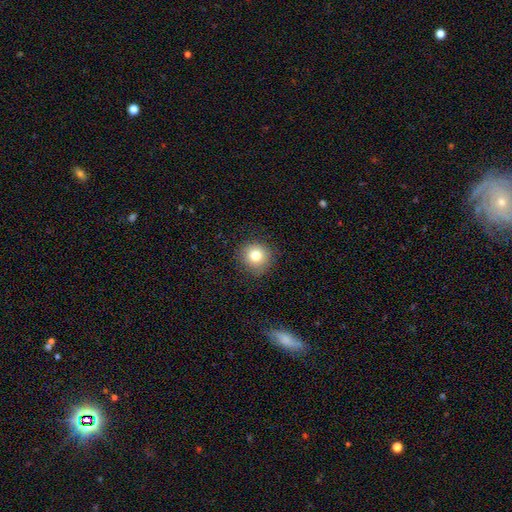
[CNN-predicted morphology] Smooth or featured? Predicted: smooth (p=0.78). How rounded? Predicted: round (p=0.92). Merging? Predicted: none (p=0.89).